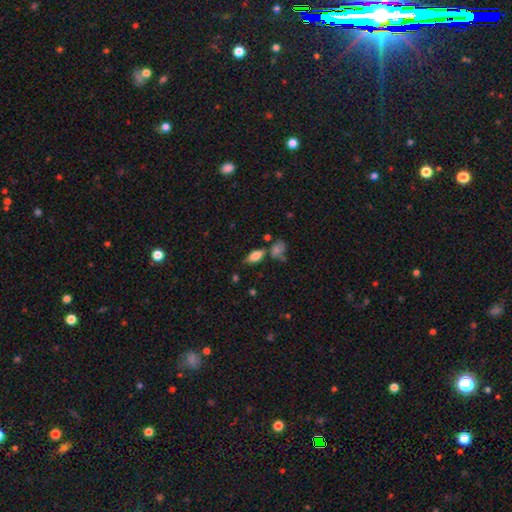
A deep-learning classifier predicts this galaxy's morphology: Overall: smooth (72%). How rounded: in between (83%). Merging: none (64%).